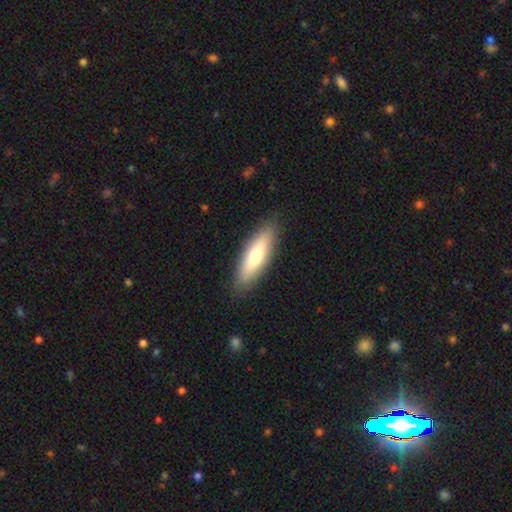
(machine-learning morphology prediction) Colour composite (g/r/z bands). It shows a smooth galaxy with no disk features (66%) that is cigar-shaped (56%). Merging: none (89%).